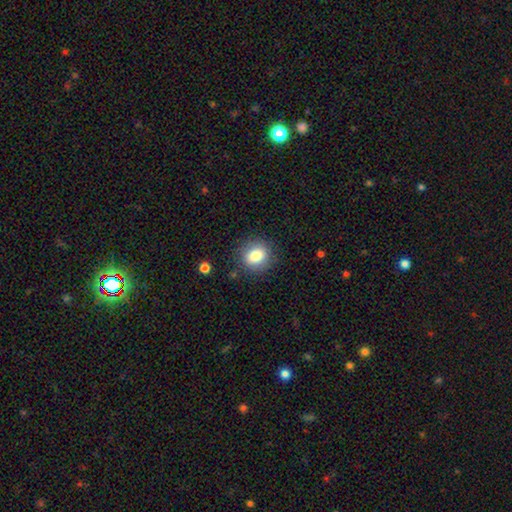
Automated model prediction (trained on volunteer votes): This appears to be a smooth galaxy with no disk features (80%) that is round (79%). Merging: none (86%).